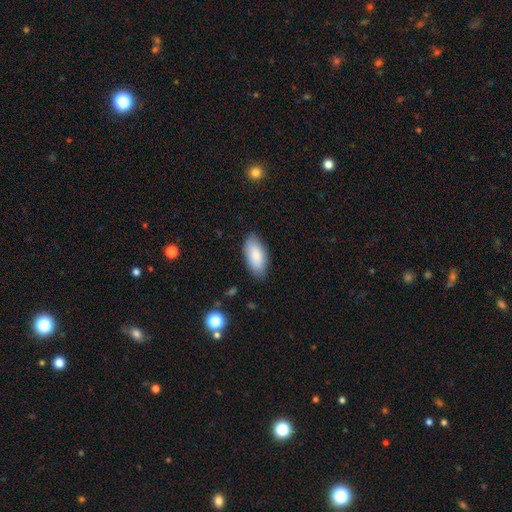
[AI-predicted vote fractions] Smooth or featured?
  - smooth: 86% *
  - featured or disk: 8%
  - star or artifact: 6%
How rounded?
  - in between: 91% *
  - cigar-shaped: 8%
  - round: 2%
Merging?
  - none: 82% *
  - minor disturbance: 14%
  - major disturbance: 3%
  - merger: 1%